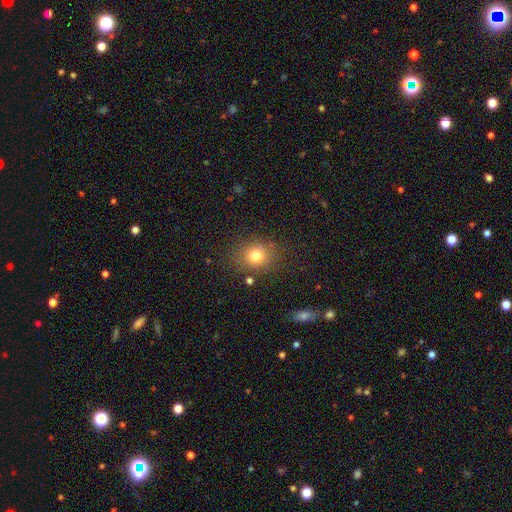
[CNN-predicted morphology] Smooth or featured: smooth — 78% (star or artifact — 14%)
How rounded: round — 73% (in between — 26%)
Merging: none — 82% (minor disturbance — 11%)